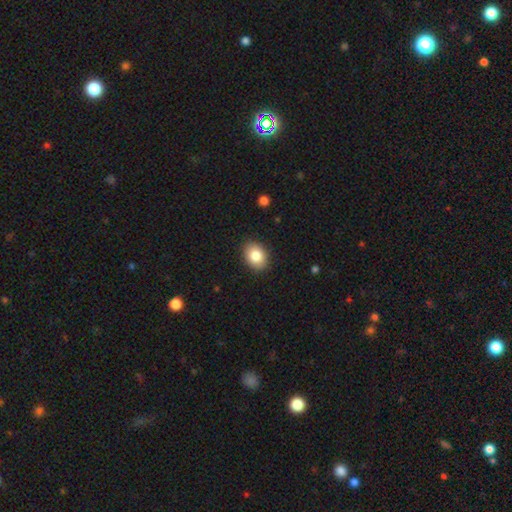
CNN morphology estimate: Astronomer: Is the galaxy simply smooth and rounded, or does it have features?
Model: smooth — 83%.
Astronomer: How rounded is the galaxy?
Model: in between — 65%.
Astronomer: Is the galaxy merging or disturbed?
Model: none — 90%.